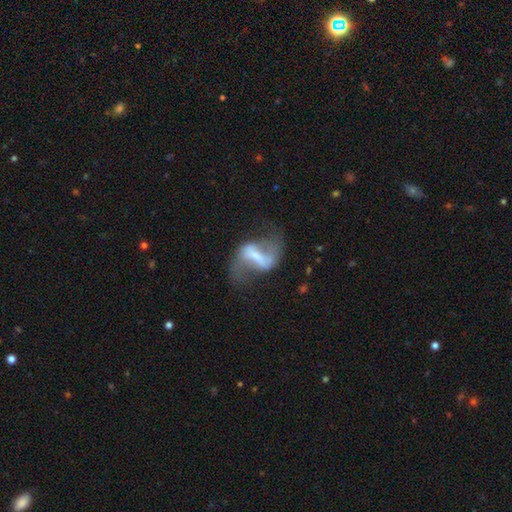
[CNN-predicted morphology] A featured or disk galaxy (84%) with a strong bar (61%), 2 (91%) loose (73%) spiral arms (91%) and a small central bulge (36%).

Vote fractions:
- Smooth or featured? featured or disk: 84% / smooth: 9% / star or artifact: 7%
- Edge-on disk? no: 95% / yes: 5%
- Bar? strong: 61% / weak: 30% / no: 9%
- Spiral arms? yes: 91% / no: 9%
- Spiral winding? loose: 73% / medium: 23% / tight: 4%
- Spiral arm count? 2: 91% / can't tell: 3% / 1: 3% / 3: 1% / 4: 1% / more than 4: 1%
- Bulge size? small: 36% / none: 30% / moderate: 24% / large: 8% / dominant: 2%
- Merging? none: 65% / major disturbance: 17% / minor disturbance: 15% / merger: 3%